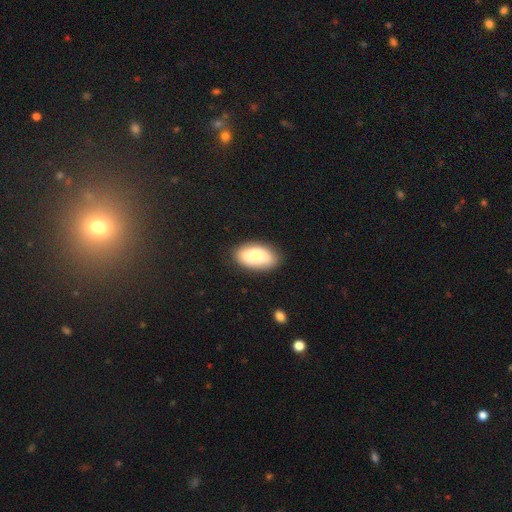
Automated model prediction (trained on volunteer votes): A smooth galaxy with no disk features (71%) that is in between round and cigar-shaped (94%). Merging: none (82%).